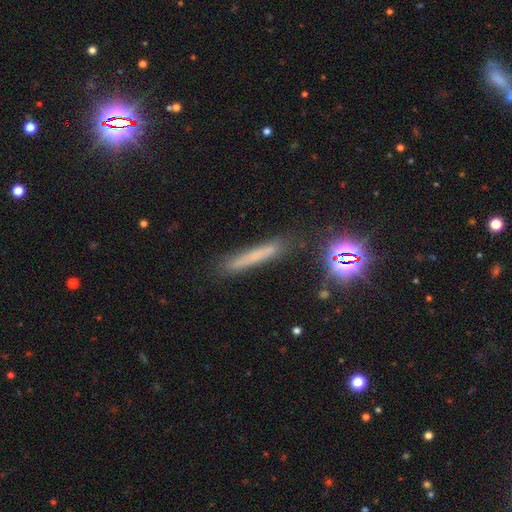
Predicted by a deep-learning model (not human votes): smooth_or_featured: smooth (p=0.58) [alt: featured or disk p=0.22]
how_rounded: cigar-shaped (p=0.94) [alt: in between p=0.04]
merging: none (p=0.80) [alt: minor disturbance p=0.14]